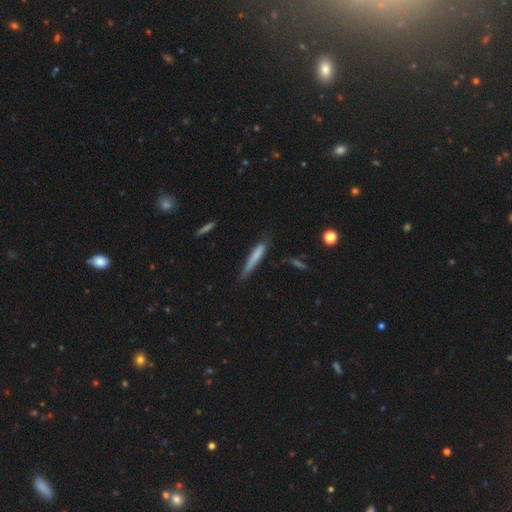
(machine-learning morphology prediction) Q: Smooth or featured?
A: smooth (73%); runner-up: featured or disk (21%)
Q: How rounded?
A: cigar-shaped (92%); runner-up: in between (6%)
Q: Merging?
A: none (62%); runner-up: minor disturbance (28%)